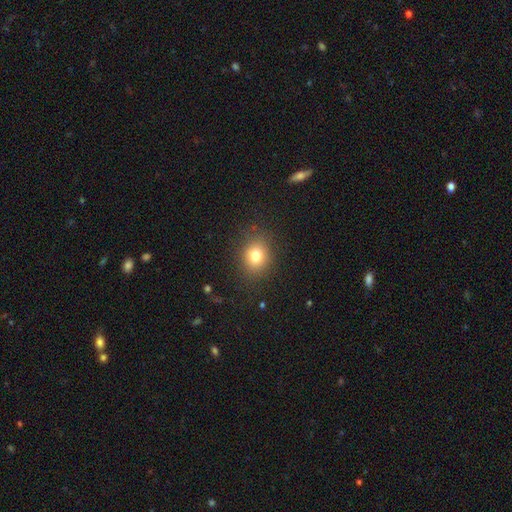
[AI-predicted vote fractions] Overall: smooth (78%). How rounded: round (65%; in between 34%). Merging: none (85%).